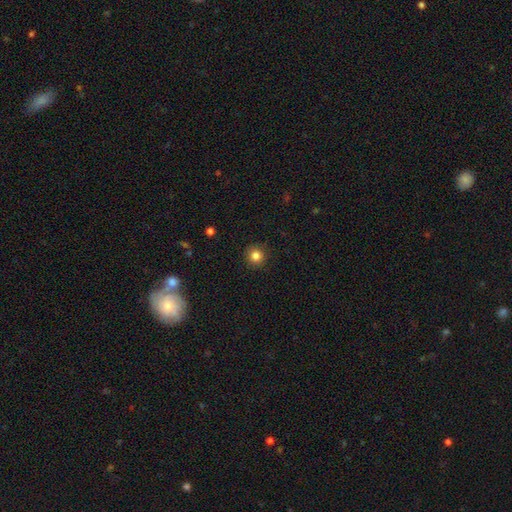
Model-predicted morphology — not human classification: Smooth or featured: smooth — 82% (star or artifact — 12%)
How rounded: round — 95% (in between — 4%)
Merging: none — 91% (minor disturbance — 6%)